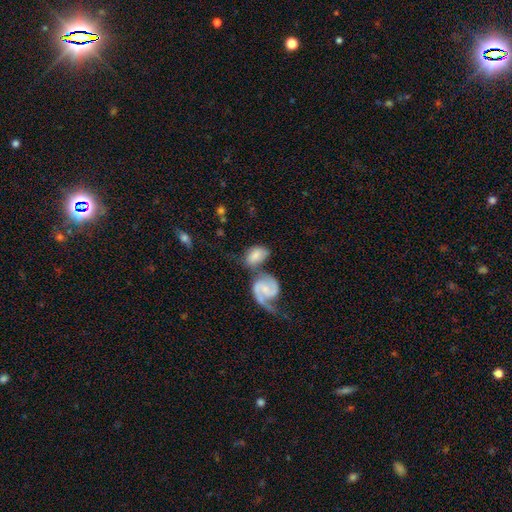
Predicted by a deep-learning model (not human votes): smooth-or-featured: smooth: 54% | featured or disk: 39% | star or artifact: 7%
  how-rounded: in between: 83% | round: 14% | cigar-shaped: 2%
  merging: merger: 50% | none: 27% | minor disturbance: 13% | major disturbance: 10%